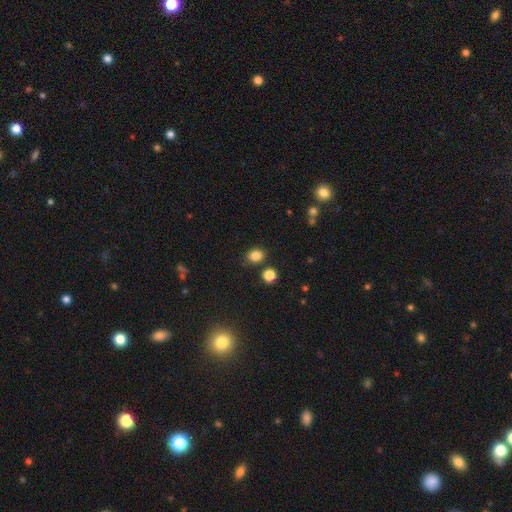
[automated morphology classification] This appears to be a smooth galaxy with no disk features (83%) that is round (63%). Merging: none (82%).